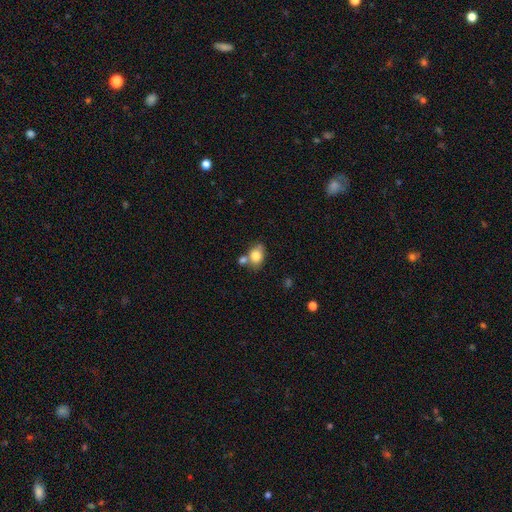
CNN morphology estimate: A smooth galaxy with no disk features (80%) that is in between round and cigar-shaped (69%).

Vote fractions:
- Smooth or featured? smooth: 80% / featured or disk: 12% / star or artifact: 9%
- How rounded? in between: 69% / round: 29% / cigar-shaped: 1%
- Merging? none: 51% / merger: 28% / minor disturbance: 16% / major disturbance: 5%